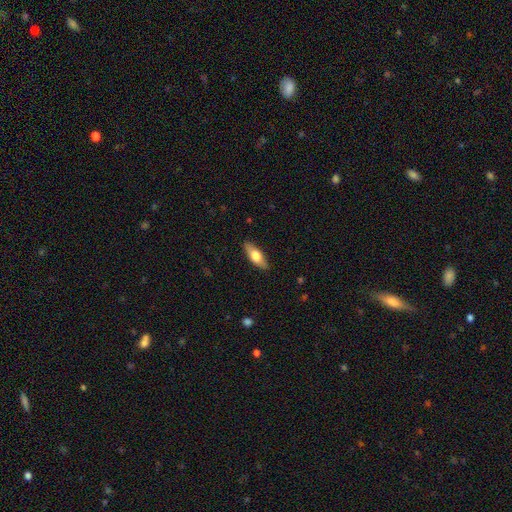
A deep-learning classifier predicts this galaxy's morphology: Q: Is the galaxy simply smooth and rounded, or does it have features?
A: smooth — 61%.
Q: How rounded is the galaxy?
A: in between — 65%.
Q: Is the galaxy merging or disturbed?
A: none — 87%.